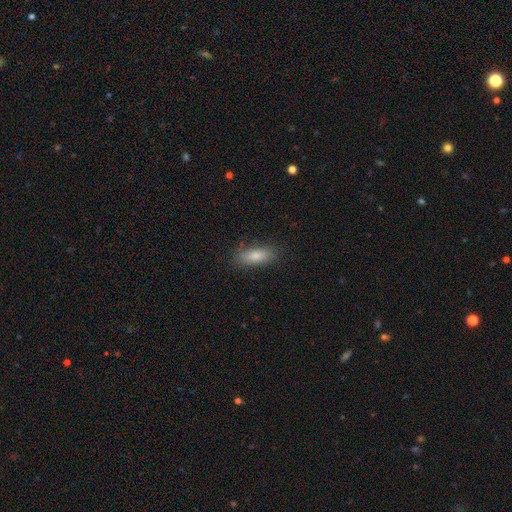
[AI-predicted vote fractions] smooth-or-featured: smooth: 82% | featured or disk: 11% | star or artifact: 7%
  how-rounded: in between: 72% | cigar-shaped: 26% | round: 3%
  merging: none: 83% | minor disturbance: 13% | major disturbance: 3% | merger: 1%